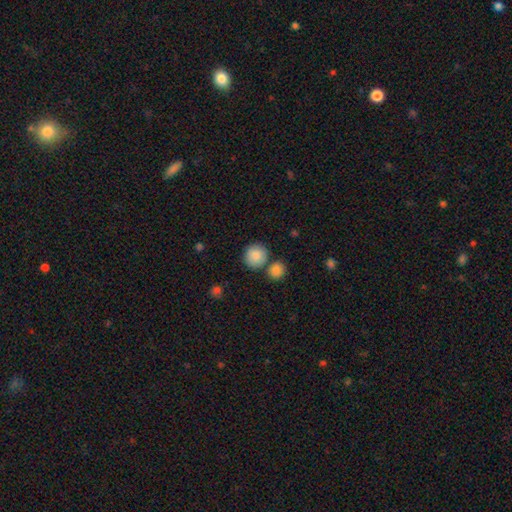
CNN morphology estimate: Smooth or featured: smooth — 87% (star or artifact — 8%)
How rounded: round — 91% (in between — 8%)
Merging: none — 73% (merger — 16%)